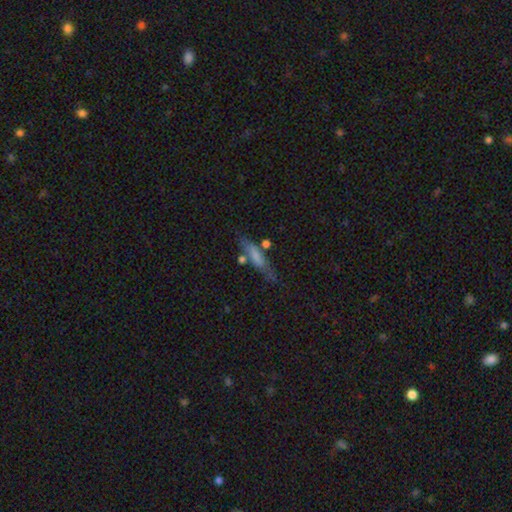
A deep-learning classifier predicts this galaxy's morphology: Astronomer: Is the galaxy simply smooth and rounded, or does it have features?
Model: smooth — 65%.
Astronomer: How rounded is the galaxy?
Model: cigar-shaped — 72%.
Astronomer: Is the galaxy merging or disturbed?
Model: none — 60%.